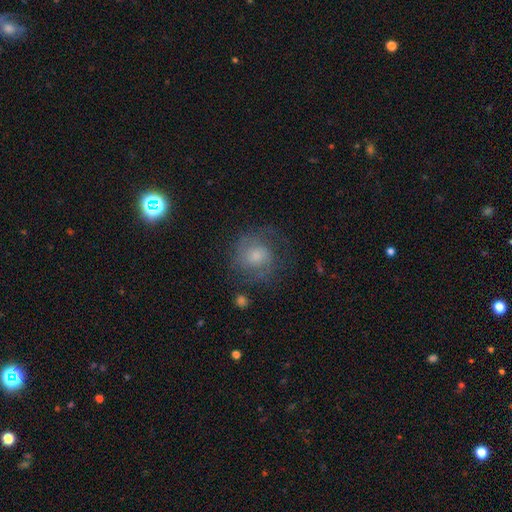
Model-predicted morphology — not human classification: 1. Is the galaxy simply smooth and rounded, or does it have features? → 49% featured or disk, 41% smooth, 11% star or artifact.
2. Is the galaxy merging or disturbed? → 61% none, 20% minor disturbance, 17% major disturbance, 2% merger.